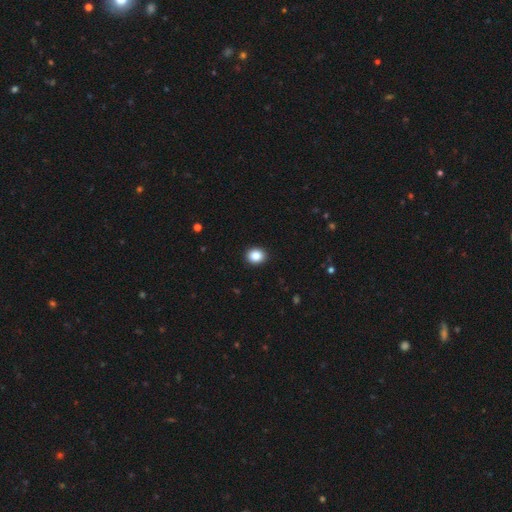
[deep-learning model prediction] Morphology: type=smooth (86%); roundness=round (63%); merging=none (92%).